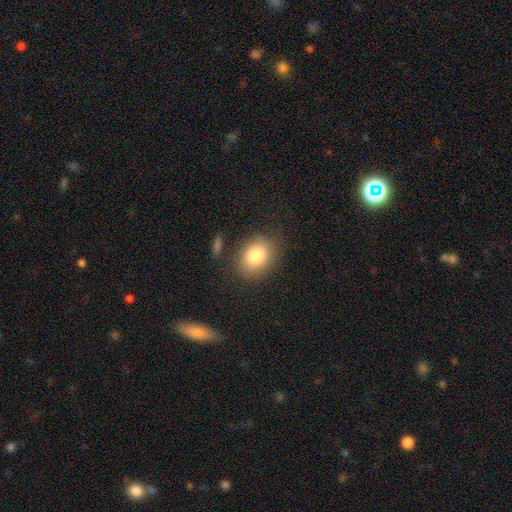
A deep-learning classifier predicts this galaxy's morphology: smooth 82%, featured or disk 9%, star or artifact 8%. Down the decision tree: how rounded — in between (60%); merging — none (78%).